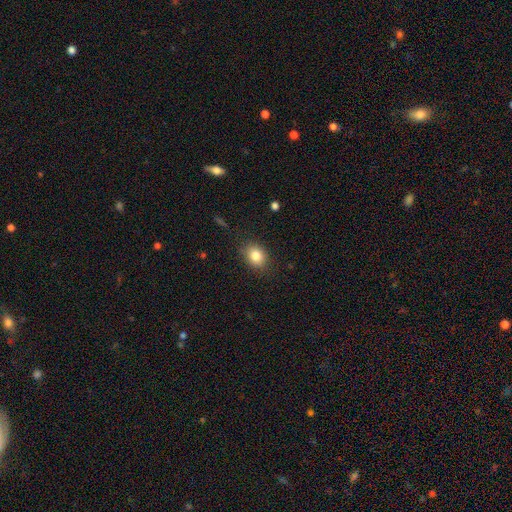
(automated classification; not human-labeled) Q: Smooth or featured?
A: smooth (83%); runner-up: star or artifact (10%)
Q: How rounded?
A: in between (55%); runner-up: round (44%)
Q: Merging?
A: none (84%); runner-up: minor disturbance (12%)